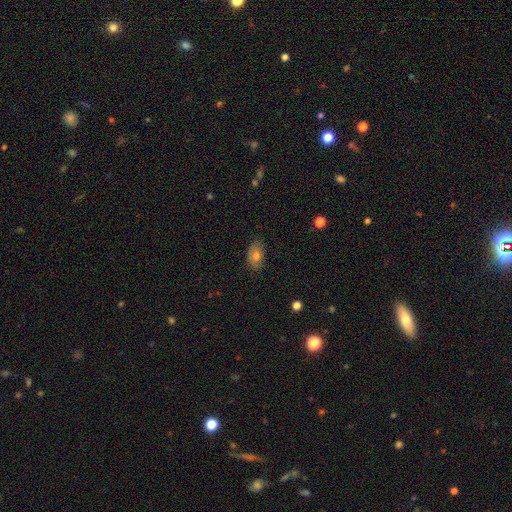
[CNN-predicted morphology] This is likely a smooth galaxy (69%). How rounded: clearly in between (86%). Merging: likely none (76%).